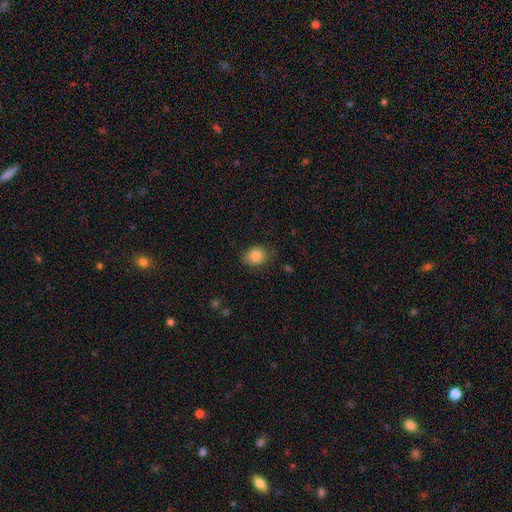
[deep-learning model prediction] smooth 86%, star or artifact 8%, featured or disk 5%. Down the decision tree: how rounded — in between (53%); merging — none (76%).